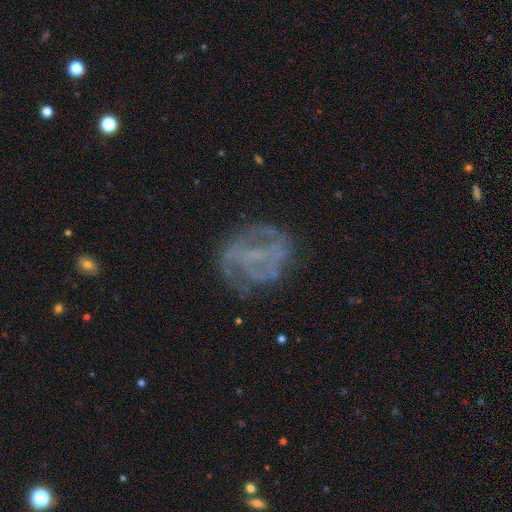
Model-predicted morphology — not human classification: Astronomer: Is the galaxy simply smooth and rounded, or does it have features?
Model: featured or disk — 71%.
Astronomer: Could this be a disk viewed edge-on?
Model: no — 97%.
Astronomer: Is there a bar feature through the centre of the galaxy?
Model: no — 40% (runner-up: weak, 38%).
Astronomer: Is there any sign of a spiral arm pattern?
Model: yes — 72%.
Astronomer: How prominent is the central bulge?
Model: none — 55% (runner-up: small, 34%).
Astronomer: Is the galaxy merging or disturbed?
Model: none — 69%.